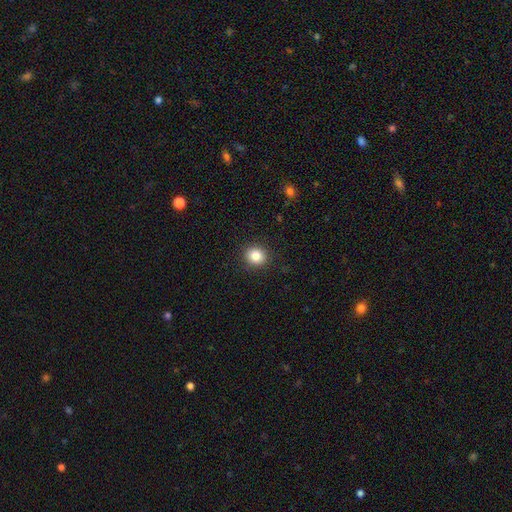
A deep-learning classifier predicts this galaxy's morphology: Smooth or featured? Predicted: smooth (p=0.84). How rounded? Predicted: round (p=0.82). Merging? Predicted: none (p=0.91).